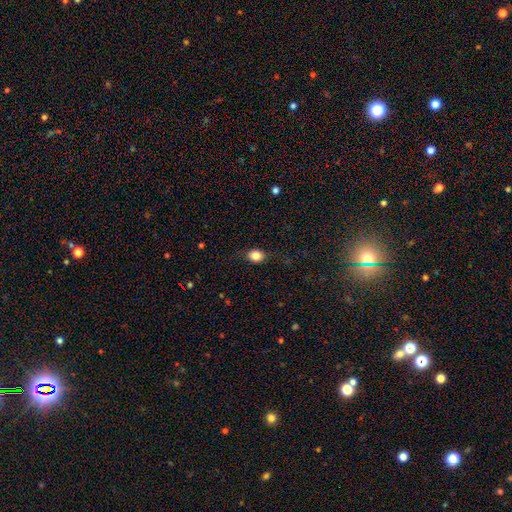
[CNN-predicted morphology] Smooth or featured? smooth (83%)
How rounded? in between (50%)
Merging? none (80%)